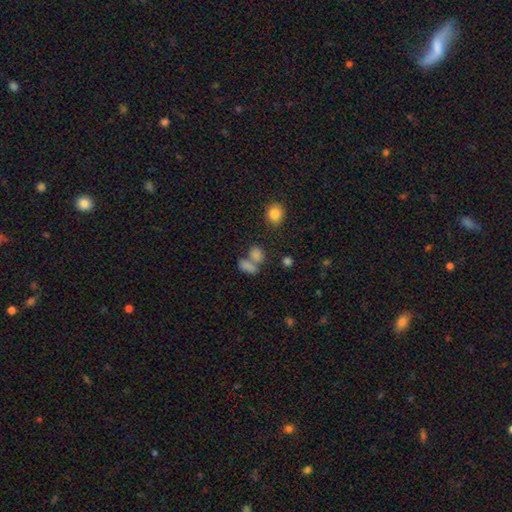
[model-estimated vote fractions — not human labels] smooth_or_featured: smooth (p=0.70) [alt: star or artifact p=0.18]
how_rounded: in between (p=0.67) [alt: round p=0.27]
merging: merger (p=0.47) [alt: none p=0.37]